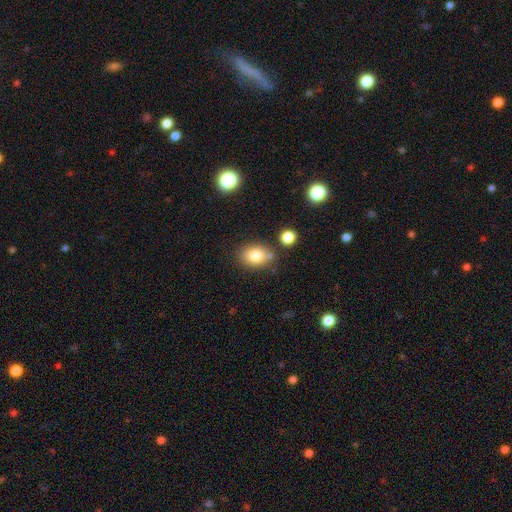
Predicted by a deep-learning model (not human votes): The model was most divided on "how rounded": in between: 66%, round: 33%, cigar-shaped: 1%. More confident: smooth or featured — smooth (82%); merging — none (73%).